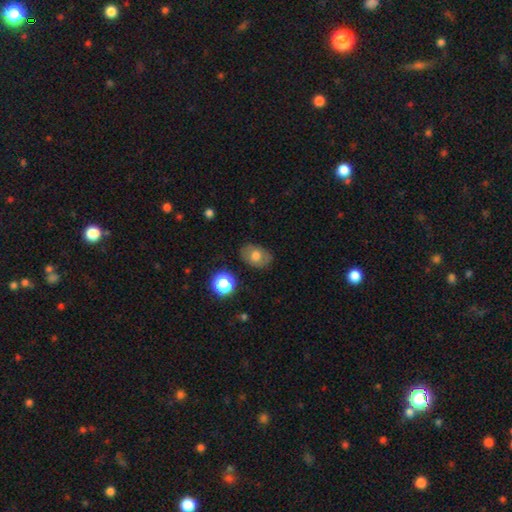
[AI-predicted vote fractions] A smooth galaxy with no disk features (65%) that is in between round and cigar-shaped (75%).

Vote fractions:
- Smooth or featured? smooth: 65% / featured or disk: 25% / star or artifact: 10%
- How rounded? in between: 75% / round: 24% / cigar-shaped: 1%
- Merging? none: 81% / minor disturbance: 14% / major disturbance: 4% / merger: 2%